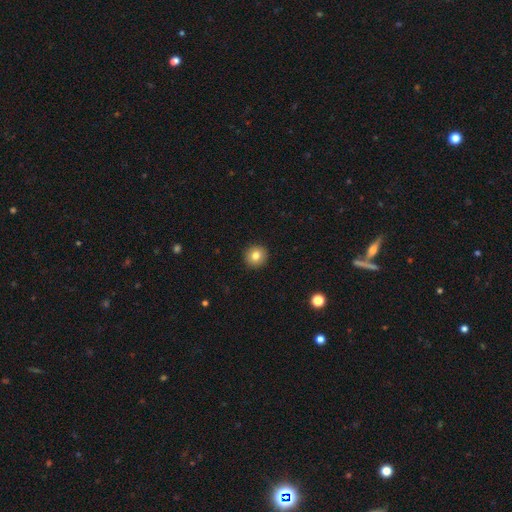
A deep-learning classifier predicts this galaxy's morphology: smooth_or_featured: smooth (p=0.81) [alt: star or artifact p=0.10]
how_rounded: round (p=0.94) [alt: in between p=0.05]
merging: none (p=0.93) [alt: minor disturbance p=0.05]